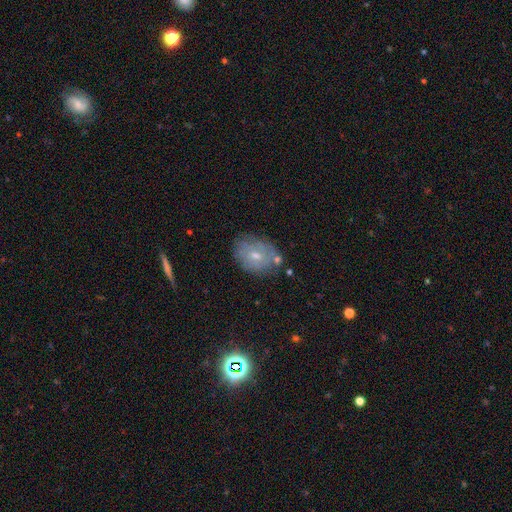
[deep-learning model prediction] Smooth or featured: featured or disk — 42% (smooth — 41%)
Merging: none — 72% (minor disturbance — 18%)